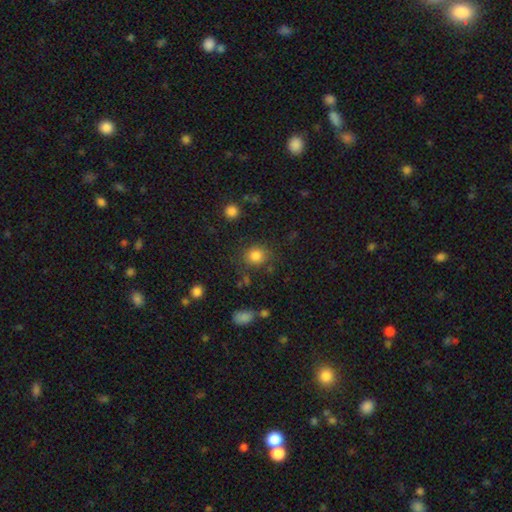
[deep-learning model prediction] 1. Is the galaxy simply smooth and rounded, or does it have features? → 82% smooth, 12% star or artifact, 5% featured or disk.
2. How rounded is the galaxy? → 79% round, 20% in between, 1% cigar-shaped.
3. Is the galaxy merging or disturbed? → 78% none, 13% minor disturbance, 5% major disturbance, 4% merger.